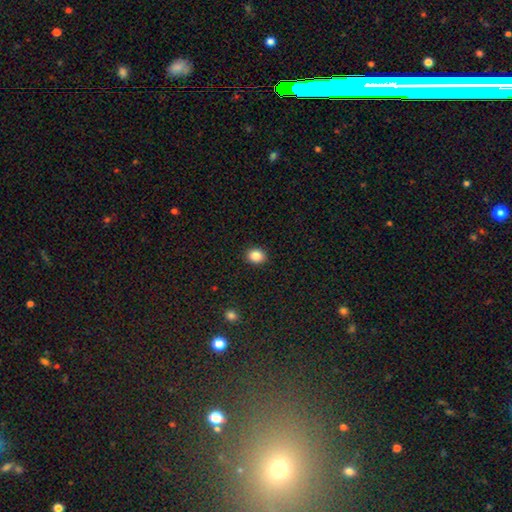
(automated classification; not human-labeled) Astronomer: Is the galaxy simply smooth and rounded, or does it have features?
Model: smooth — 86%.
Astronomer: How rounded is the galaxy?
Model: round — 60% (runner-up: in between, 40%).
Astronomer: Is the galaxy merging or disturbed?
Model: none — 90%.